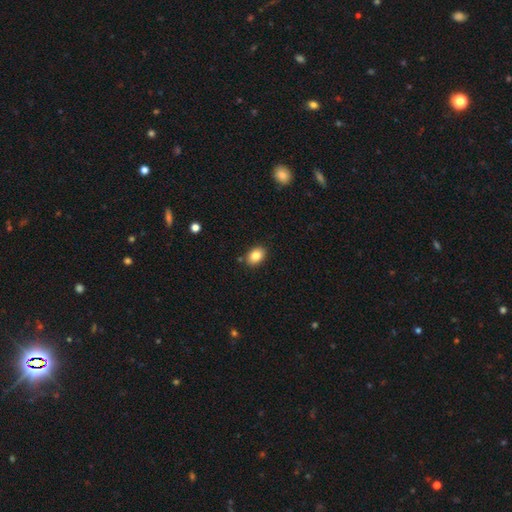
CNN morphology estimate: smooth-or-featured: smooth: 84% | star or artifact: 9% | featured or disk: 7%
  how-rounded: in between: 78% | round: 21% | cigar-shaped: 1%
  merging: none: 85% | minor disturbance: 10% | merger: 3% | major disturbance: 2%